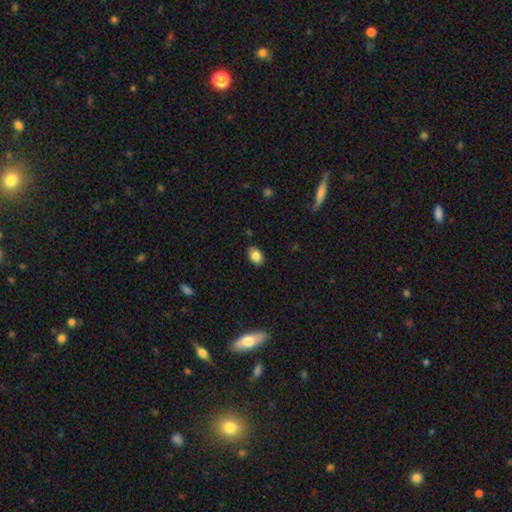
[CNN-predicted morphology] smooth_or_featured: smooth (p=0.84) [alt: star or artifact p=0.09]
how_rounded: in between (p=0.79) [alt: round p=0.20]
merging: none (p=0.86) [alt: minor disturbance p=0.11]